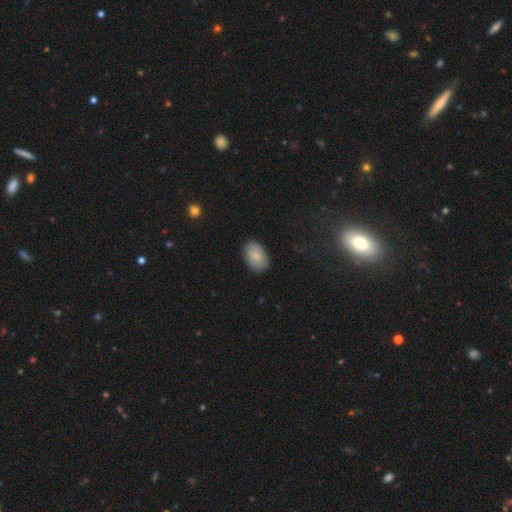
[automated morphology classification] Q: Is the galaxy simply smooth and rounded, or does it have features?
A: smooth — 76%.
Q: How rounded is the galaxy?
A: in between — 88%.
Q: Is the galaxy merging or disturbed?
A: none — 82%.